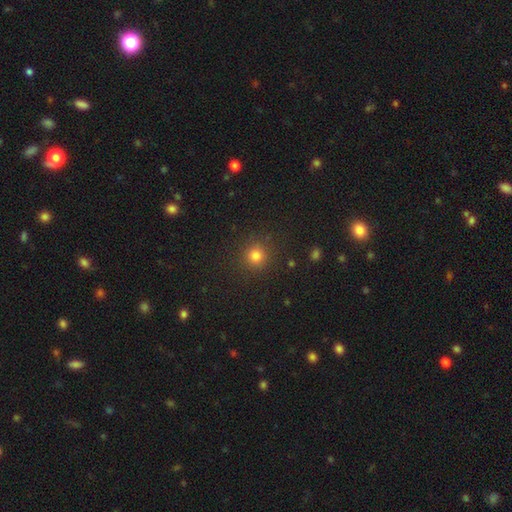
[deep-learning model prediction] Smooth or featured? Predicted: smooth (p=0.80). How rounded? Predicted: round (p=0.93). Merging? Predicted: none (p=0.89).